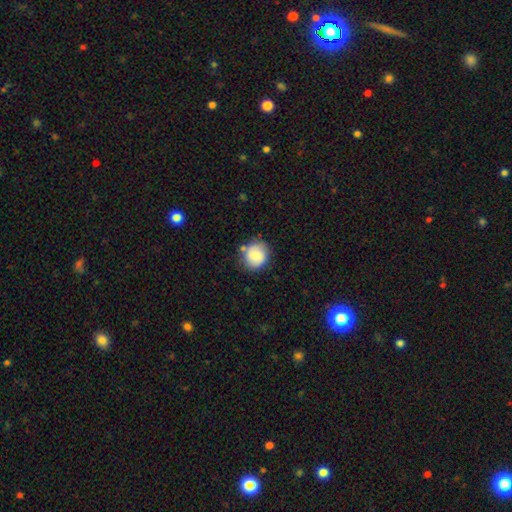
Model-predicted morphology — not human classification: The model was most divided on "merging": none: 75%, minor disturbance: 16%, merger: 5%, major disturbance: 4%. More confident: how rounded — round (85%); smooth or featured — smooth (76%).